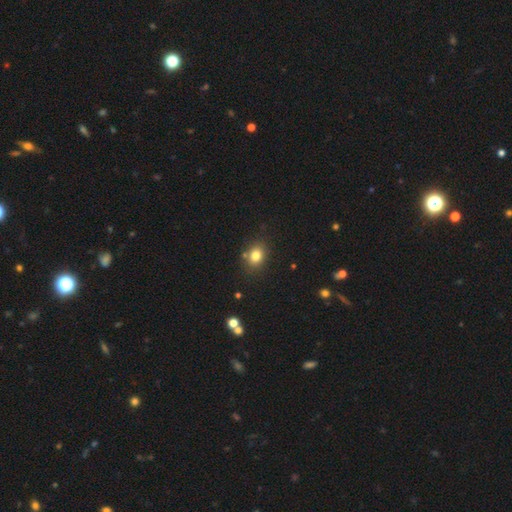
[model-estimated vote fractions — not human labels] Morphology: type=smooth (80%); roundness=in between (50%); merging=none (77%).